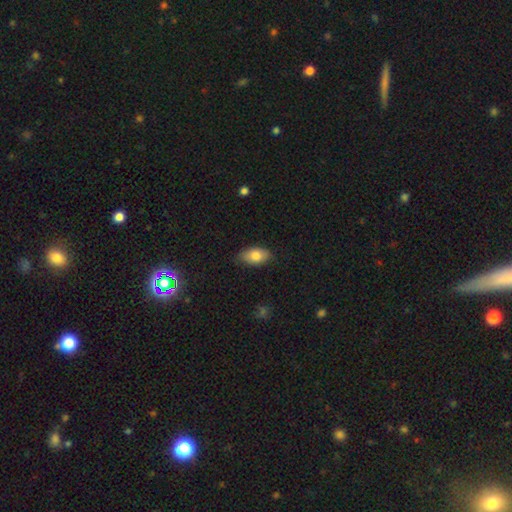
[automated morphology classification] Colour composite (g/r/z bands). It shows a smooth galaxy with no disk features (80%) that is in between round and cigar-shaped (91%). Merging: none (79%).